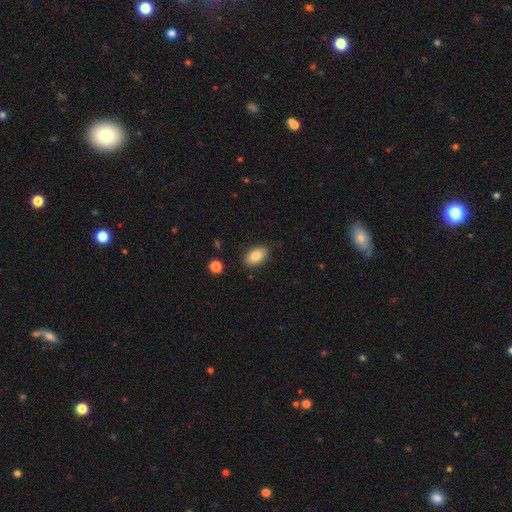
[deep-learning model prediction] A smooth galaxy with no disk features (84%) that is in between round and cigar-shaped (91%). Merging: none (86%).